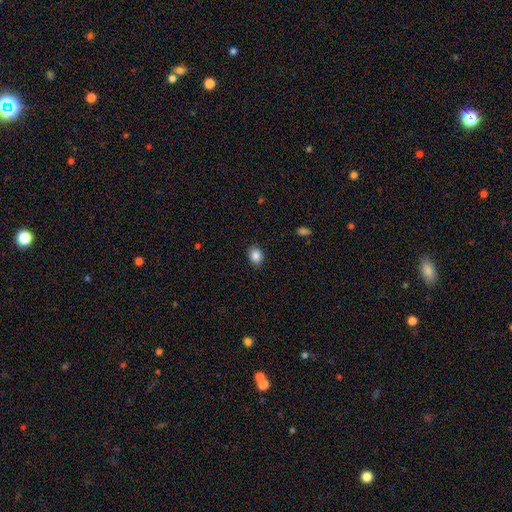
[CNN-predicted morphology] type=smooth (86%); roundness=round (50%); merging=none (88%).